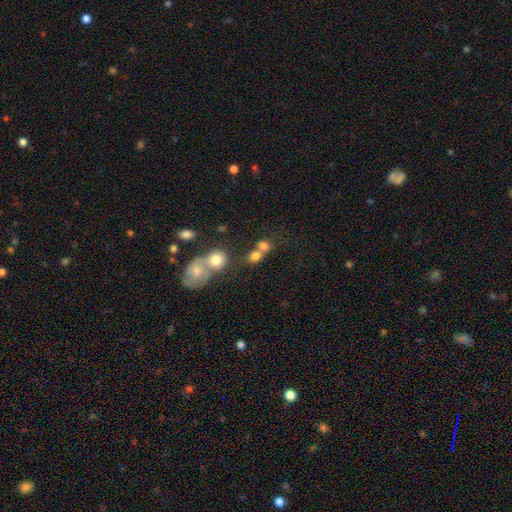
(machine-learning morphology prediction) Q: Smooth or featured?
A: smooth (75%); runner-up: star or artifact (13%)
Q: How rounded?
A: round (59%); runner-up: in between (39%)
Q: Merging?
A: merger (55%); runner-up: none (30%)